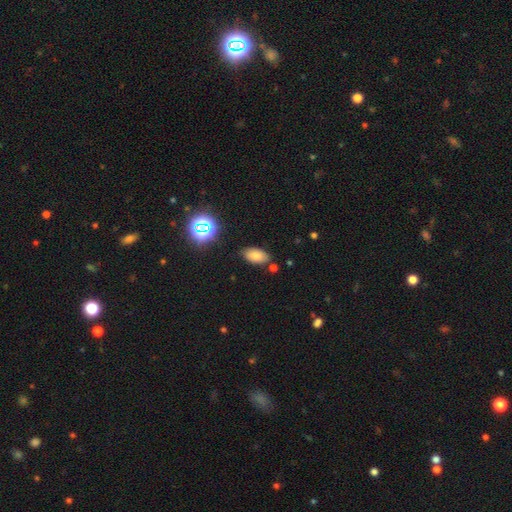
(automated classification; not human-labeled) smooth_or_featured: smooth (p=0.77) [alt: star or artifact p=0.15]
how_rounded: in between (p=0.92) [alt: round p=0.06]
merging: none (p=0.80) [alt: minor disturbance p=0.13]